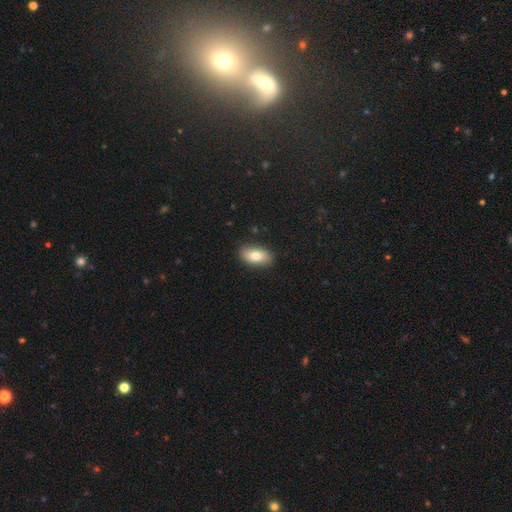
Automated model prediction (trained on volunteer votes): A smooth galaxy with no disk features (79%) that is in between round and cigar-shaped (91%). Merging: none (88%).